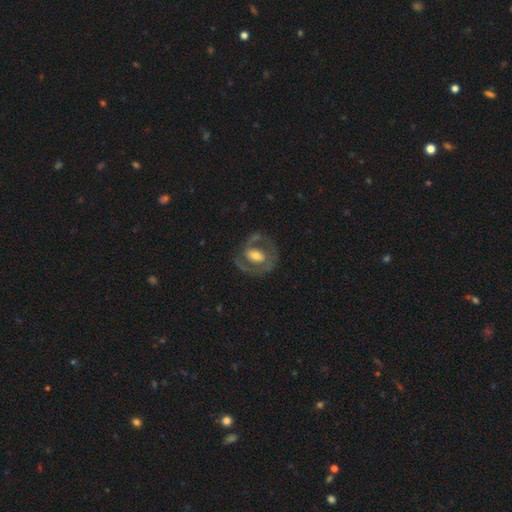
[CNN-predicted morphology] A featured or disk galaxy (71%) with no bar (42%), spiral arms (61%) and a moderate central bulge (55%).

Vote fractions:
- Smooth or featured? featured or disk: 71% / smooth: 23% / star or artifact: 6%
- Edge-on disk? no: 96% / yes: 4%
- Bar? no: 42% / weak: 35% / strong: 23%
- Spiral arms? yes: 61% / no: 39%
- Bulge size? moderate: 55% / small: 21% / large: 20% / none: 2% / dominant: 2%
- Merging? none: 65% / minor disturbance: 17% / major disturbance: 17% / merger: 2%